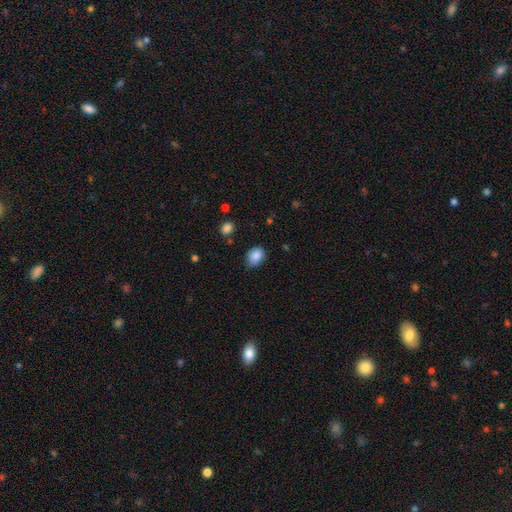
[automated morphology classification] Smooth or featured: smooth — 86% (star or artifact — 8%)
How rounded: in between — 61% (round — 38%)
Merging: none — 72% (minor disturbance — 23%)